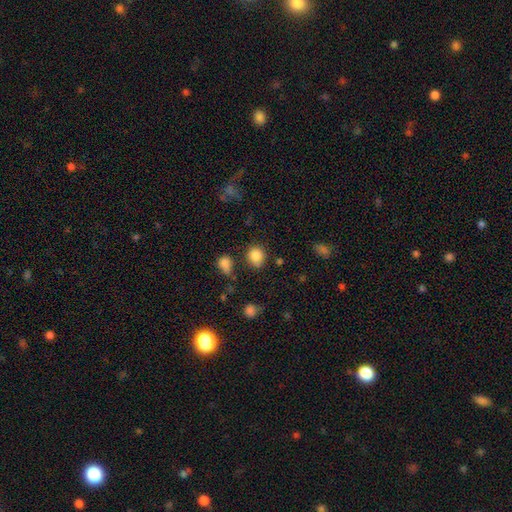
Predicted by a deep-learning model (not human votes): Q: Smooth or featured?
A: smooth (84%); runner-up: star or artifact (11%)
Q: How rounded?
A: round (80%); runner-up: in between (19%)
Q: Merging?
A: none (76%); runner-up: minor disturbance (15%)